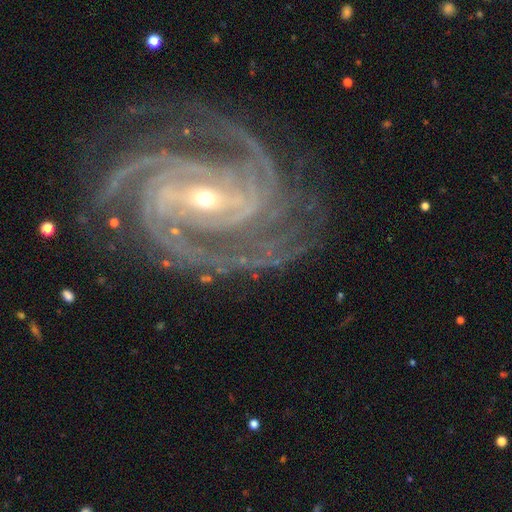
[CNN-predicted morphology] smooth-or-featured: featured or disk: 93% | star or artifact: 5% | smooth: 2%
  disk-edge-on: no: 98% | yes: 2%
    bar: strong: 51% | weak: 33% | no: 16%
    has-spiral-arms: yes: 99% | no: 1%
      spiral-winding: tight: 63% | medium: 33% | loose: 4%
      spiral-arm-count: 4: 27% (tied) | 3: 27% (tied) | 2: 17% | can't tell: 11% | more than 4: 10% | 1: 8%
    bulge-size: small: 67% | moderate: 30% | large: 2% | none: 1% | dominant: 1%
  merging: none: 73% | minor disturbance: 16% | major disturbance: 10% | merger: 2%